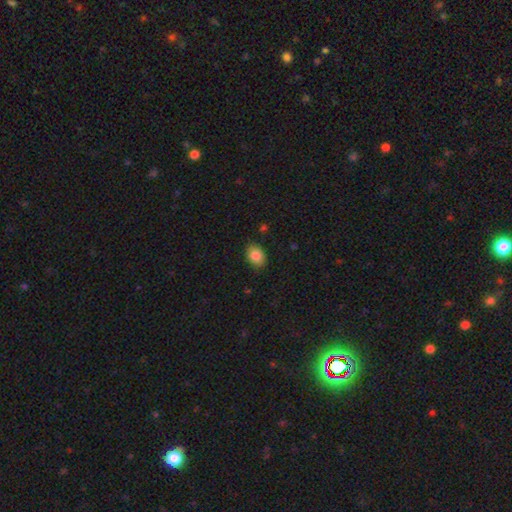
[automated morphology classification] Smooth or featured? Predicted: smooth (p=0.84). How rounded? Predicted: in between (p=0.71). Merging? Predicted: none (p=0.86).